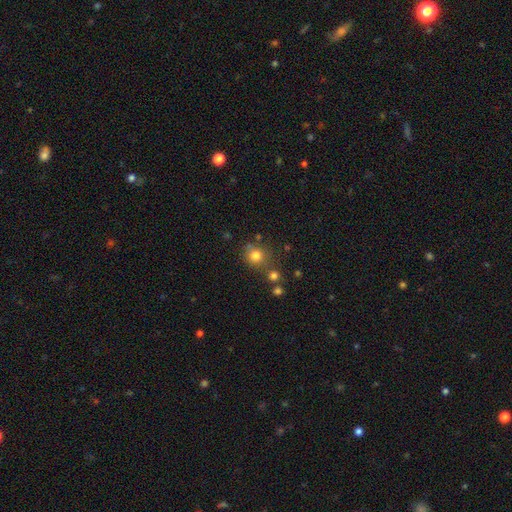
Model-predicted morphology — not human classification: Smooth or featured?
  - smooth: 79% *
  - star or artifact: 14%
  - featured or disk: 8%
How rounded?
  - round: 87% *
  - in between: 12%
  - cigar-shaped: 1%
Merging?
  - none: 70% *
  - merger: 14%
  - minor disturbance: 12%
  - major disturbance: 5%